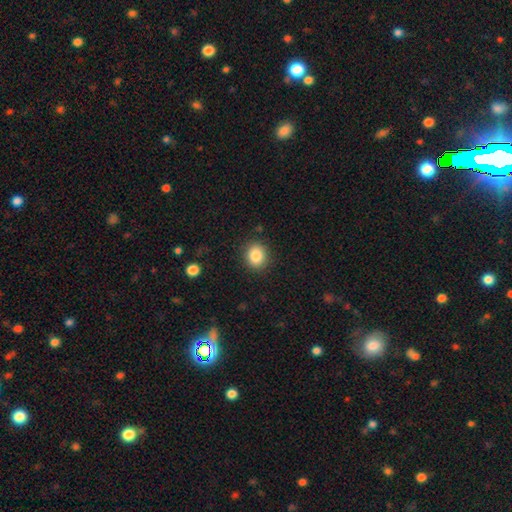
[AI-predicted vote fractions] Smooth or featured: smooth — 85% (star or artifact — 9%)
How rounded: round — 70% (in between — 30%)
Merging: none — 88% (minor disturbance — 8%)